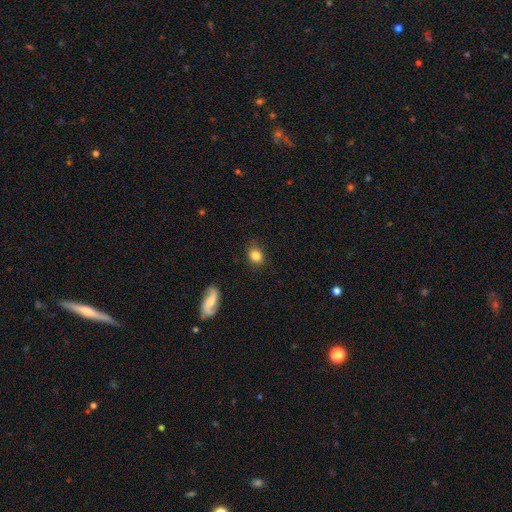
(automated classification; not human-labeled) smooth_or_featured: smooth (p=0.82) [alt: star or artifact p=0.09]
how_rounded: round (p=0.50) [alt: in between p=0.49]
merging: none (p=0.81) [alt: minor disturbance p=0.14]